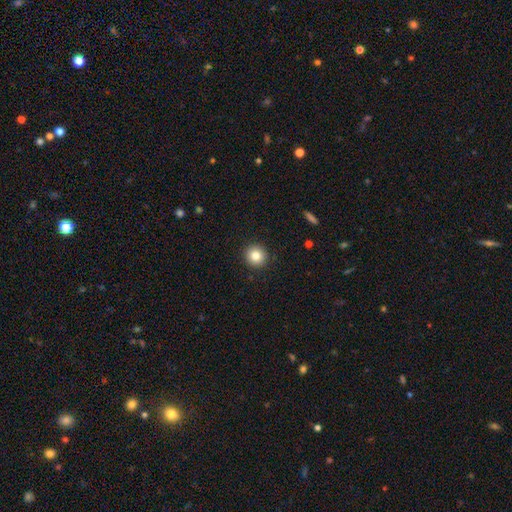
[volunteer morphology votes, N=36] Volunteers were most divided on "smooth or featured": smooth: 92%, featured or disk: 6%, star or artifact: 3%. More confident: how rounded — round (100%); merging — none (100%).